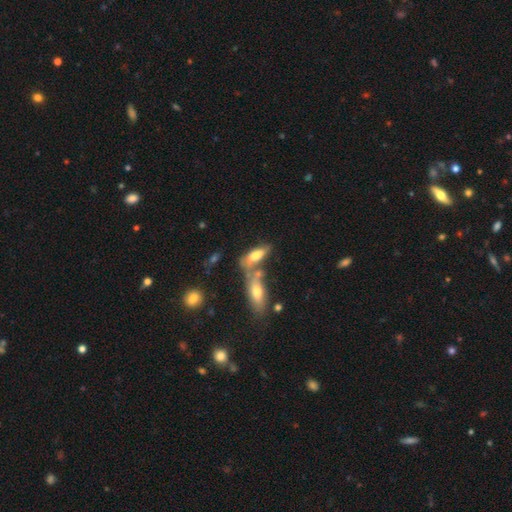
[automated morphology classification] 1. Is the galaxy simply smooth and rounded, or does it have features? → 65% smooth, 27% featured or disk, 8% star or artifact.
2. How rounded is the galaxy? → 71% in between, 26% cigar-shaped, 2% round.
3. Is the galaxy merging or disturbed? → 46% merger, 34% none, 13% minor disturbance, 7% major disturbance.